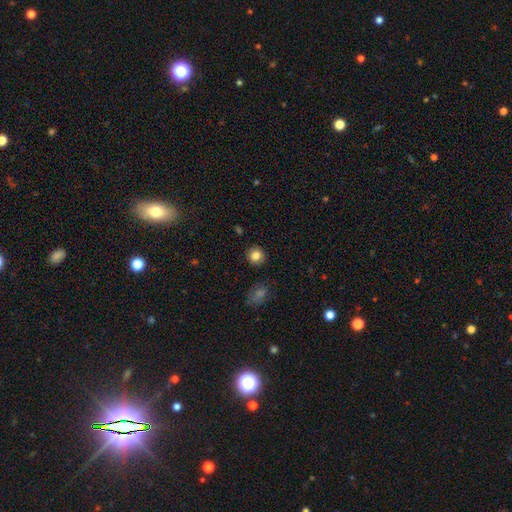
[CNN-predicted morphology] smooth-or-featured: smooth: 84% | star or artifact: 10% | featured or disk: 6%
  how-rounded: round: 89% | in between: 10% | cigar-shaped: 1%
  merging: none: 91% | minor disturbance: 6% | major disturbance: 2% | merger: 1%